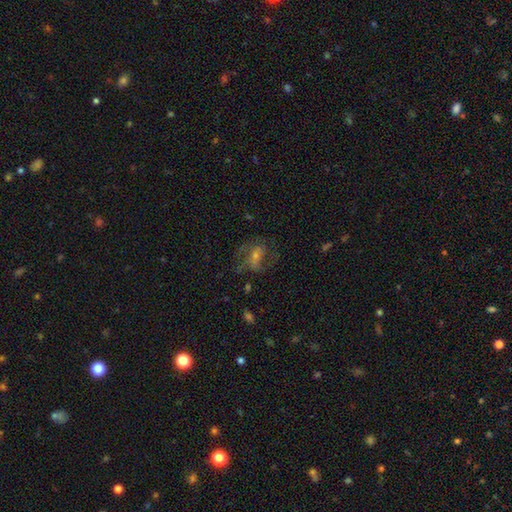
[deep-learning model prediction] The model was most divided on "bar": no: 43%, weak: 40%, strong: 18%. More confident: edge-on disk — no (96%); spiral arms — yes (77%); smooth or featured — featured or disk (62%); merging — none (58%); bulge size — small (57%).